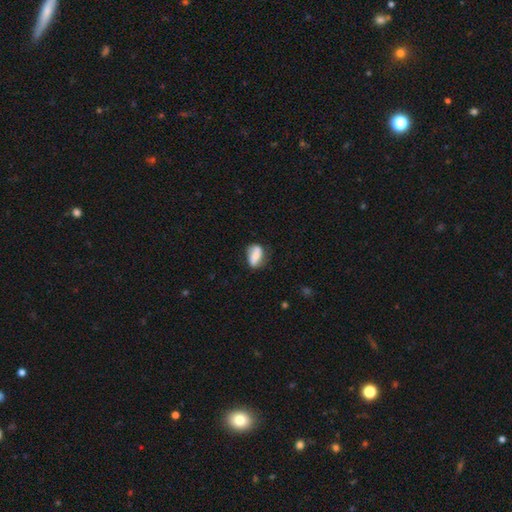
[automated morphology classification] type=smooth (50%); merging=none (59%).